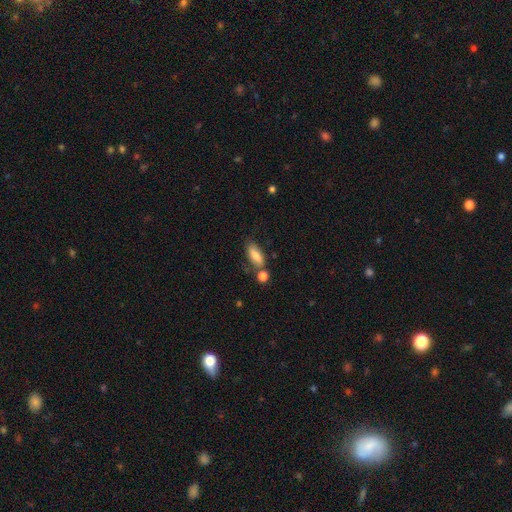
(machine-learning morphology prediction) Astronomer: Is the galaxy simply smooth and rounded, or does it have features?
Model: smooth — 79%.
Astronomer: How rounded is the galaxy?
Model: in between — 79%.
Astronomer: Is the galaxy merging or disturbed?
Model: none — 57%.